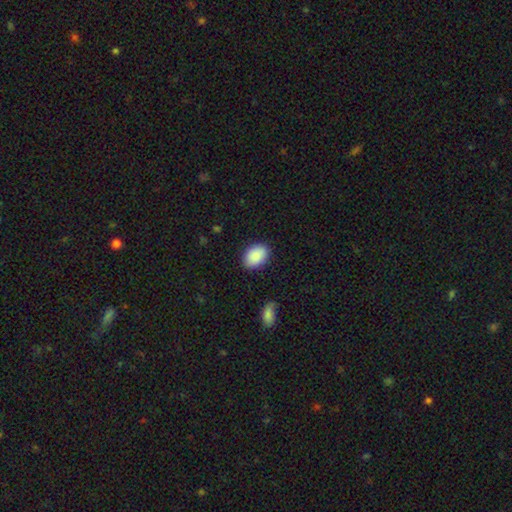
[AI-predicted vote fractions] smooth_or_featured: smooth (p=0.89) [alt: star or artifact p=0.06]
how_rounded: in between (p=0.85) [alt: round p=0.14]
merging: none (p=0.87) [alt: minor disturbance p=0.09]